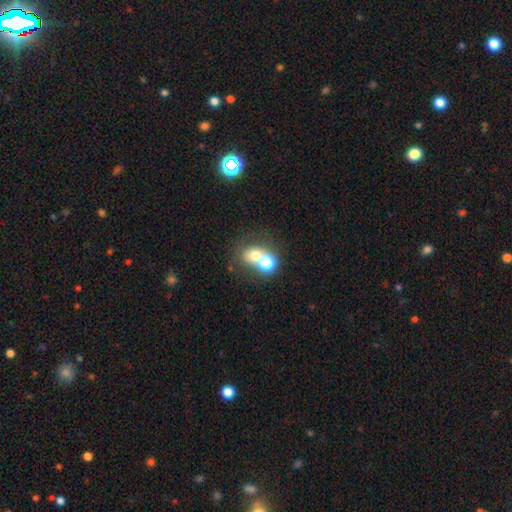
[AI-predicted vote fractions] smooth 66%, featured or disk 18%, star or artifact 16%. Down the decision tree: how rounded — round (64%); merging — merger (53%).